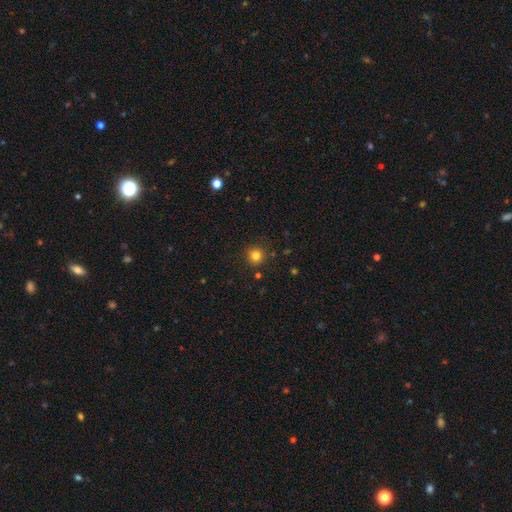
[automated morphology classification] Q: Smooth or featured?
A: smooth (82%); runner-up: star or artifact (13%)
Q: How rounded?
A: round (93%); runner-up: in between (6%)
Q: Merging?
A: none (88%); runner-up: minor disturbance (7%)